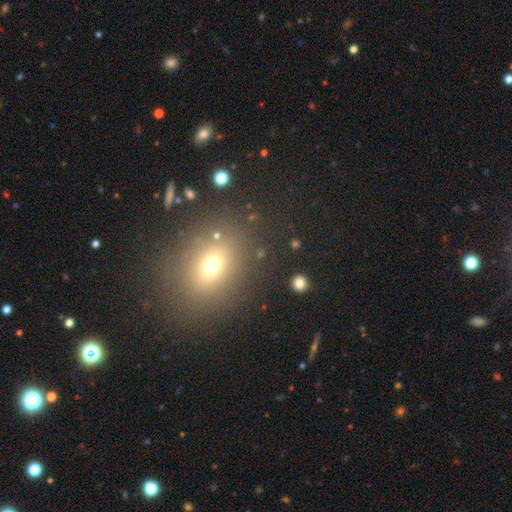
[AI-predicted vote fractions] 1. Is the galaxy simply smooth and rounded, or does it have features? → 63% smooth, 25% star or artifact, 12% featured or disk.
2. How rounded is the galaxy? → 49% in between (tied), 49% round (tied), 2% cigar-shaped.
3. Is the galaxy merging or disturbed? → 84% none, 9% minor disturbance, 4% major disturbance, 3% merger.